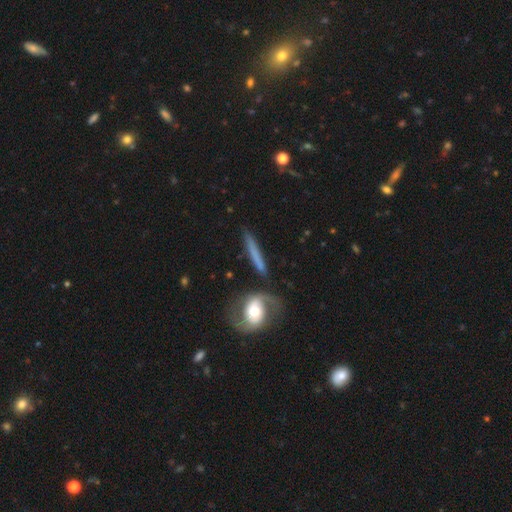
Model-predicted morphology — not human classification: This appears to be a smooth galaxy with no disk features (47%). Merging: none (77%).